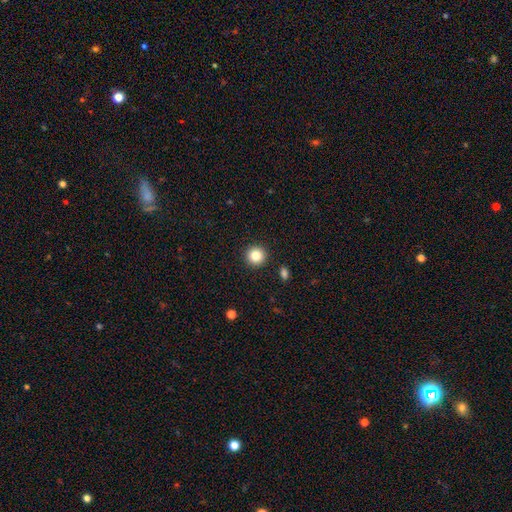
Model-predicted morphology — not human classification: Smooth or featured?
  - smooth: 85% *
  - star or artifact: 10%
  - featured or disk: 5%
How rounded?
  - round: 94% *
  - in between: 5%
  - cigar-shaped: 1%
Merging?
  - none: 92% *
  - minor disturbance: 5%
  - major disturbance: 2%
  - merger: 1%